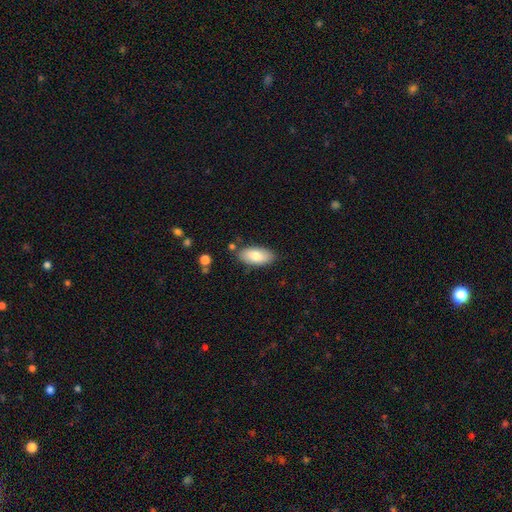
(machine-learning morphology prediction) Overall: smooth (77%). How rounded: in between (91%). Merging: none (81%).